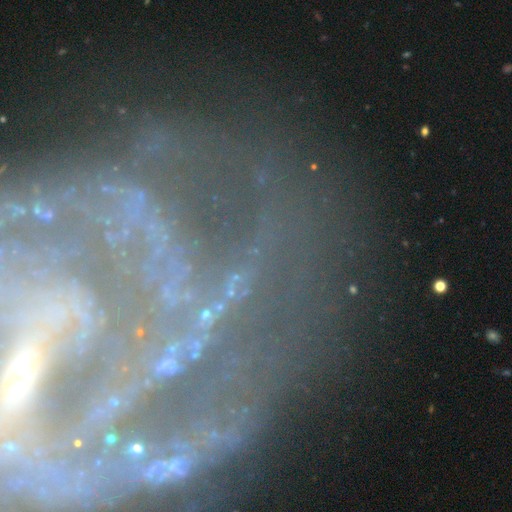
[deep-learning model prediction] Morphology: type=featured or disk (57%); edge-on=no (93%); bar=no (50%); spiral arms=yes (78%); bulge=small (48%); merging=none (64%).